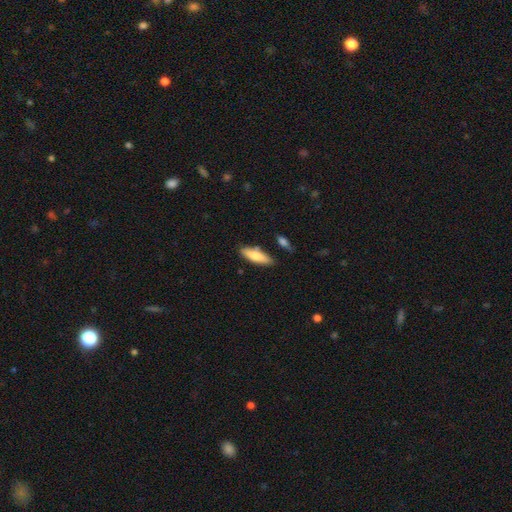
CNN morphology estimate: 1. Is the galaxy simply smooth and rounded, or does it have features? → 75% smooth, 19% featured or disk, 6% star or artifact.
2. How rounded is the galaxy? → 49% in between (tied), 49% cigar-shaped (tied), 2% round.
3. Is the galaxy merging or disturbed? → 80% none, 13% minor disturbance, 5% merger, 3% major disturbance.